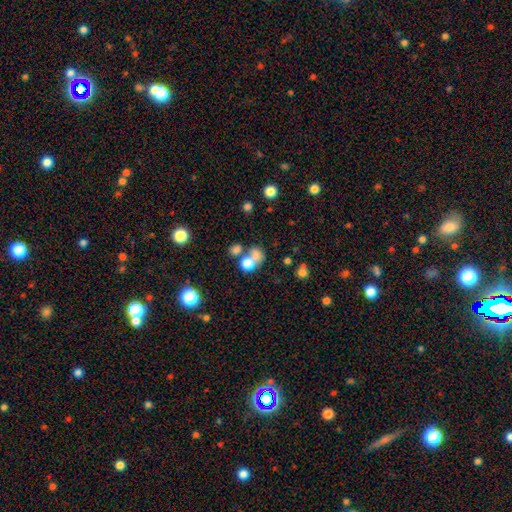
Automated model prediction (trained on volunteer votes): A smooth galaxy with no disk features (69%) that is round (66%). Merging: merger (48%).